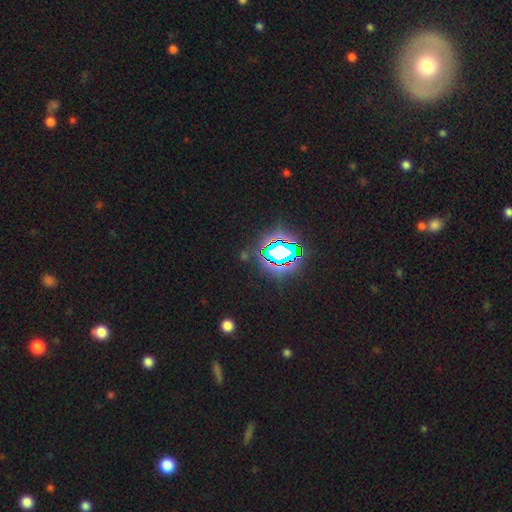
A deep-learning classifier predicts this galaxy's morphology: smooth-or-featured: star or artifact: 82% | smooth: 11% | featured or disk: 7%